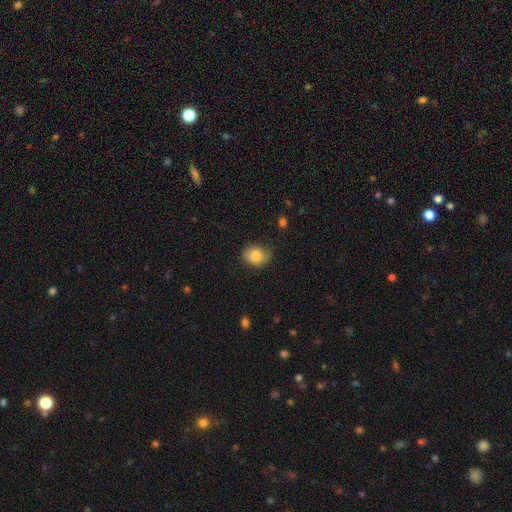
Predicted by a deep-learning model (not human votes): The model was most divided on "how rounded": round: 52%, in between: 47%, cigar-shaped: 1%. More confident: smooth or featured — smooth (84%); merging — none (74%).